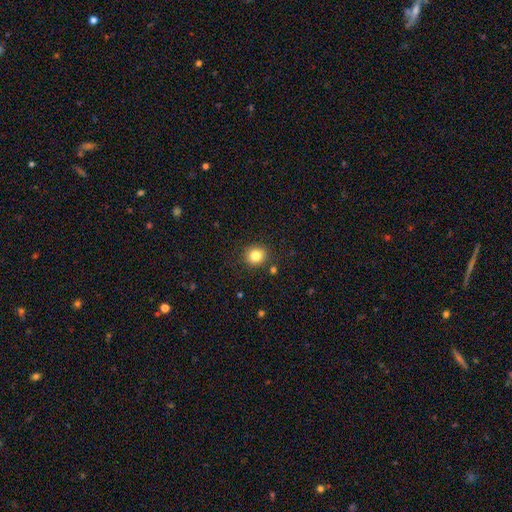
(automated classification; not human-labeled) smooth_or_featured: smooth (p=0.82) [alt: star or artifact p=0.11]
how_rounded: round (p=0.83) [alt: in between p=0.16]
merging: none (p=0.88) [alt: minor disturbance p=0.07]